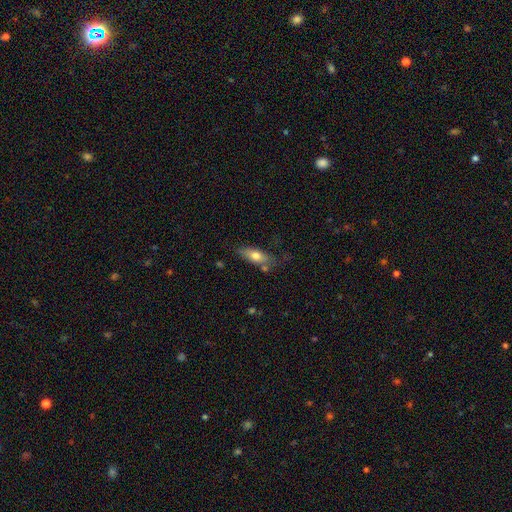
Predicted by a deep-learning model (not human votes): Q: Smooth or featured?
A: smooth (67%); runner-up: featured or disk (26%)
Q: How rounded?
A: in between (67%); runner-up: cigar-shaped (29%)
Q: Merging?
A: none (62%); runner-up: minor disturbance (24%)